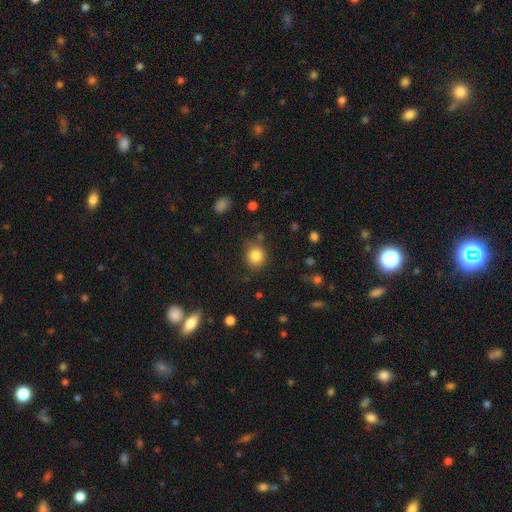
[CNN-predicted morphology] Smooth or featured: smooth — 83% (star or artifact — 11%)
How rounded: round — 81% (in between — 18%)
Merging: none — 80% (minor disturbance — 12%)